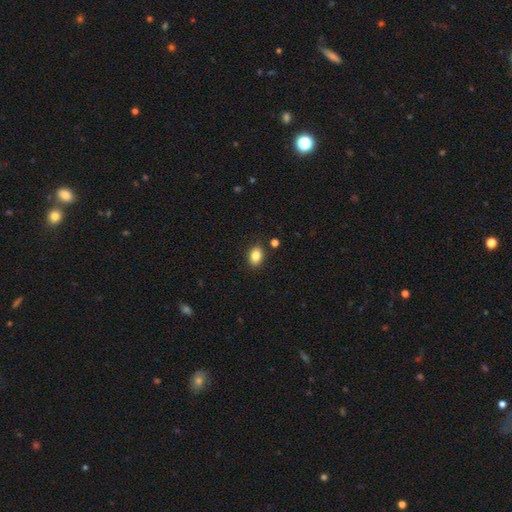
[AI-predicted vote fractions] smooth-or-featured: smooth: 84% | star or artifact: 9% | featured or disk: 6%
  how-rounded: in between: 77% | round: 22% | cigar-shaped: 1%
  merging: none: 86% | minor disturbance: 9% | merger: 3% | major disturbance: 2%